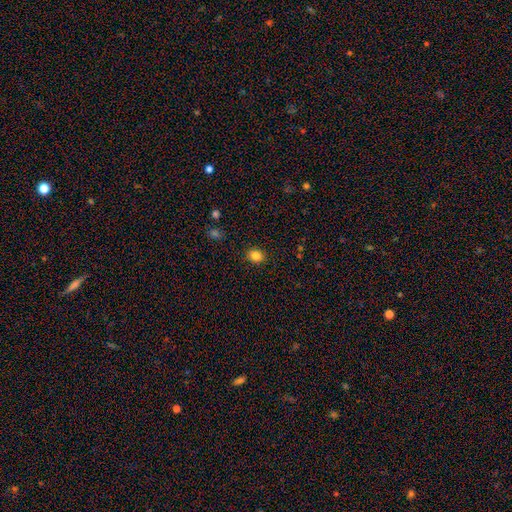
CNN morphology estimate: A smooth galaxy with no disk features (84%) that is round (60%).

Vote fractions:
- Smooth or featured? smooth: 84% / star or artifact: 11% / featured or disk: 5%
- How rounded? round: 60% / in between: 39% / cigar-shaped: 1%
- Merging? none: 89% / minor disturbance: 8% / major disturbance: 2% / merger: 1%